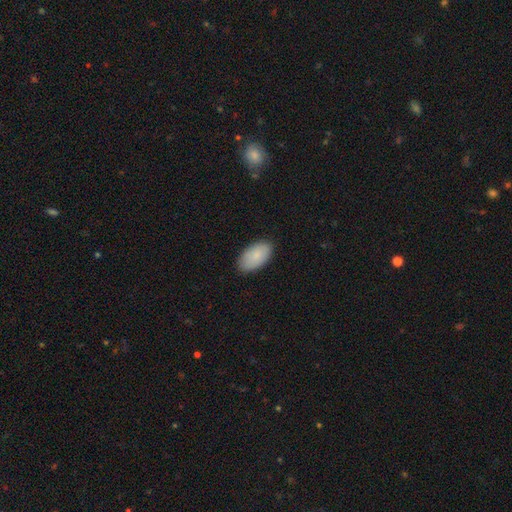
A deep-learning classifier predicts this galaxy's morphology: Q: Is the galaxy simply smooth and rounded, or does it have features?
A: smooth — 87%.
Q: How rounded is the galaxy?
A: in between — 95%.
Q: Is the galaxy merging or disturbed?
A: none — 86%.